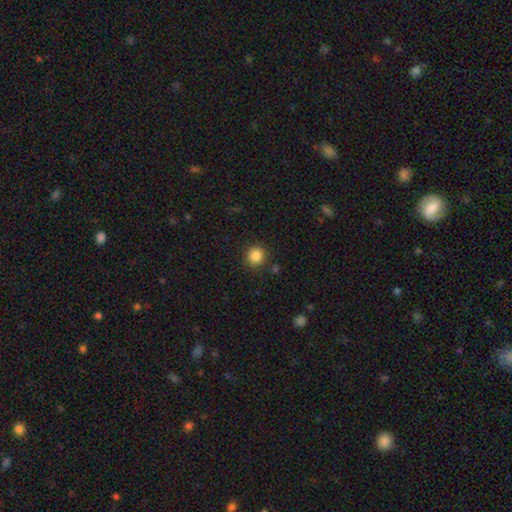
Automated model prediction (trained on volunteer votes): This is clearly a smooth galaxy (85%). How rounded: clearly round (92%). Merging: clearly none (88%).